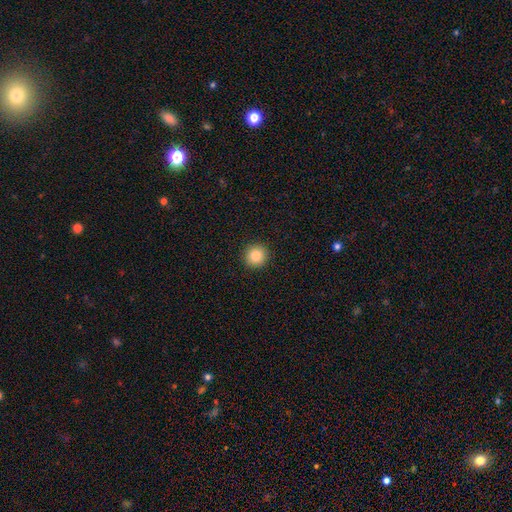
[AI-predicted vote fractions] Smooth or featured? smooth (84%)
How rounded? round (95%)
Merging? none (93%)